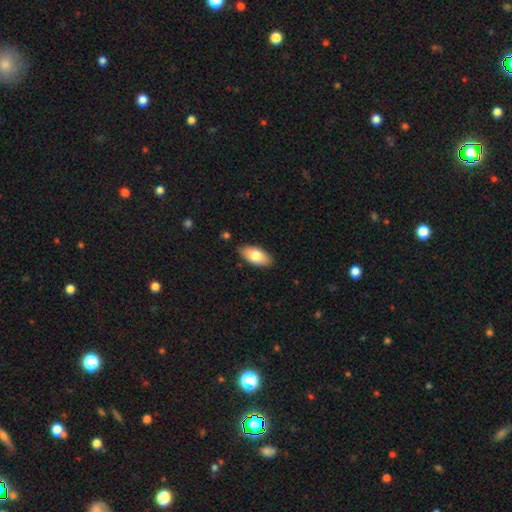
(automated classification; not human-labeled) Overall: smooth (79%). How rounded: in between (92%). Merging: none (87%).